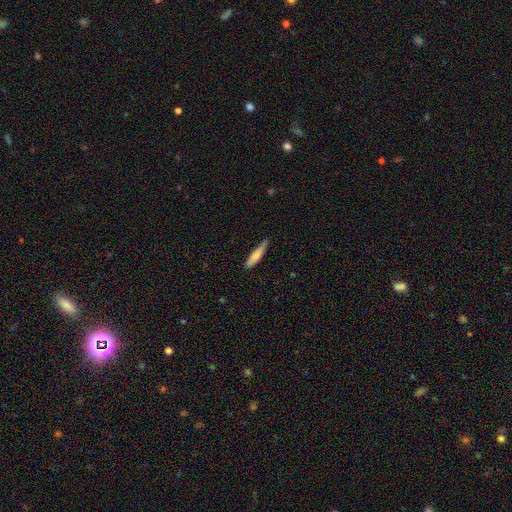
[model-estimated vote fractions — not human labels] A smooth galaxy with no disk features (75%) that is cigar-shaped (85%).

Vote fractions:
- Smooth or featured? smooth: 75% / featured or disk: 19% / star or artifact: 6%
- How rounded? cigar-shaped: 85% / in between: 13% / round: 1%
- Merging? none: 72% / minor disturbance: 23% / major disturbance: 3% / merger: 2%